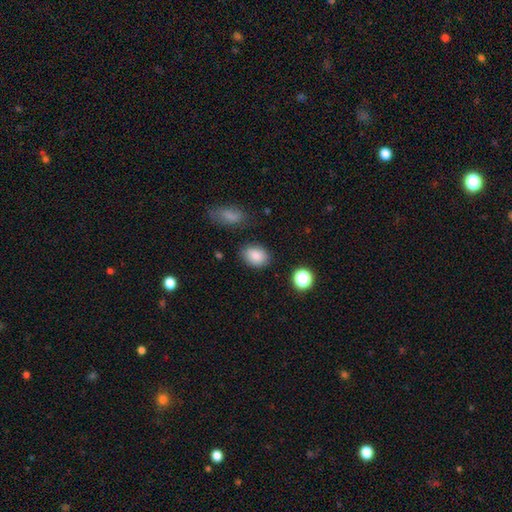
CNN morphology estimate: Overall: smooth (84%). How rounded: in between (70%). Merging: none (81%).